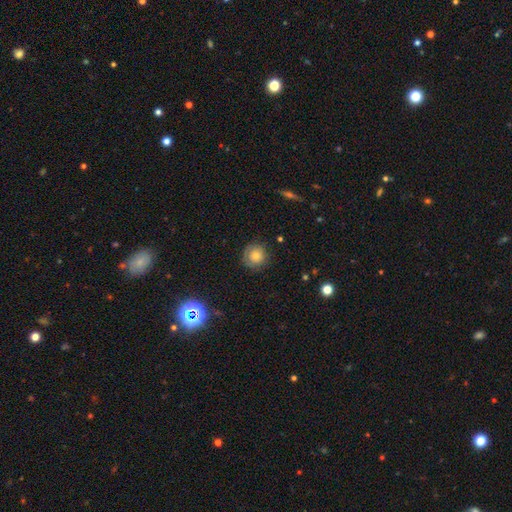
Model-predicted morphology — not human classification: Smooth or featured?
  - smooth: 67% *
  - featured or disk: 22%
  - star or artifact: 11%
How rounded?
  - round: 92% *
  - in between: 7%
  - cigar-shaped: 1%
Merging?
  - none: 80% *
  - minor disturbance: 15%
  - major disturbance: 4%
  - merger: 1%